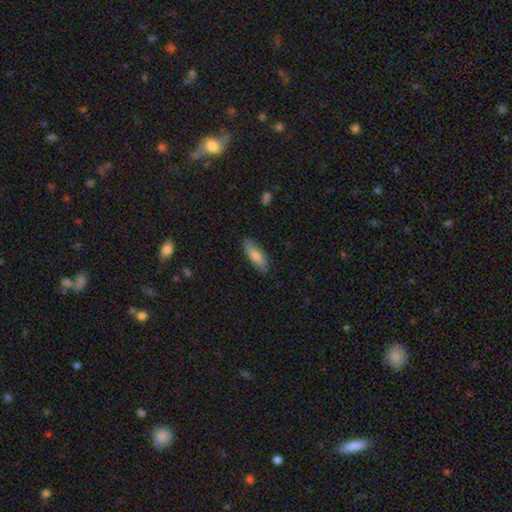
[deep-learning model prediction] smooth_or_featured: smooth (p=0.81) [alt: featured or disk p=0.13]
how_rounded: in between (p=0.63) [alt: cigar-shaped p=0.36]
merging: none (p=0.83) [alt: minor disturbance p=0.14]